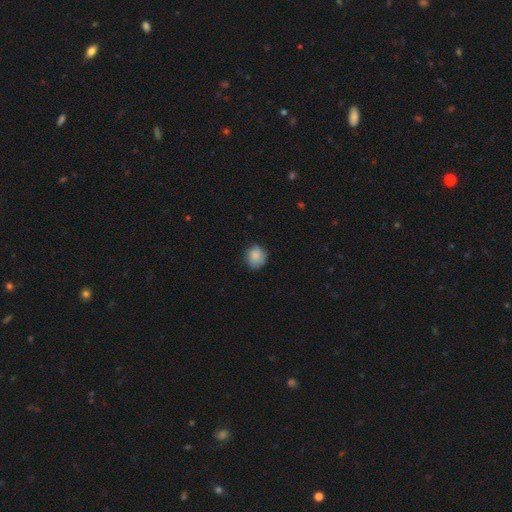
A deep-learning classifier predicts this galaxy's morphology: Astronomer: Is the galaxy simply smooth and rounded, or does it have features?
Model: smooth — 84%.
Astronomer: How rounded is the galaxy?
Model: round — 76%.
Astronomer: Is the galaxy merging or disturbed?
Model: none — 72%.